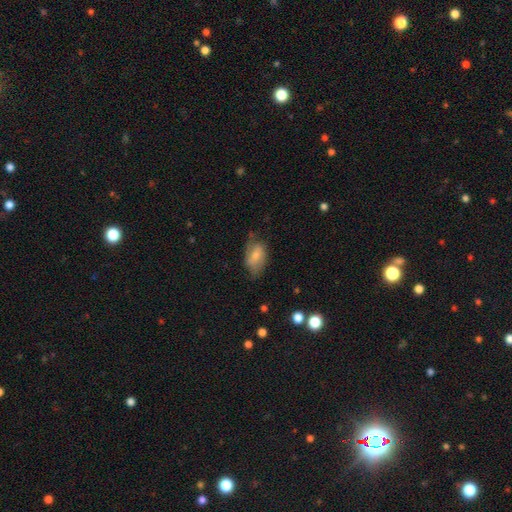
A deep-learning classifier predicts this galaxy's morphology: A smooth galaxy with no disk features (61%) that is in between round and cigar-shaped (90%).

Vote fractions:
- Smooth or featured? smooth: 61% / featured or disk: 32% / star or artifact: 7%
- How rounded? in between: 90% / round: 8% / cigar-shaped: 2%
- Merging? none: 57% / minor disturbance: 30% / major disturbance: 12% / merger: 2%